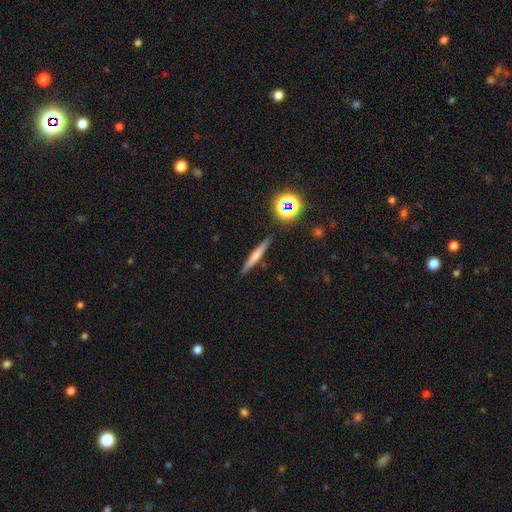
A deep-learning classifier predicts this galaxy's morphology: The model was most divided on "smooth or featured": smooth: 56%, featured or disk: 33%, star or artifact: 11%. More confident: how rounded — cigar-shaped (93%); merging — none (87%).